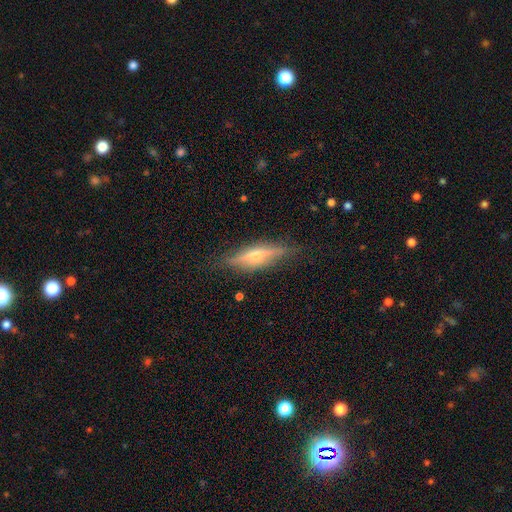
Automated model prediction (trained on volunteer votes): Overall: featured or disk (67%). Edge-on disk: yes (93%). Edge-on bulge: rounded (85%). Merging: none (82%).